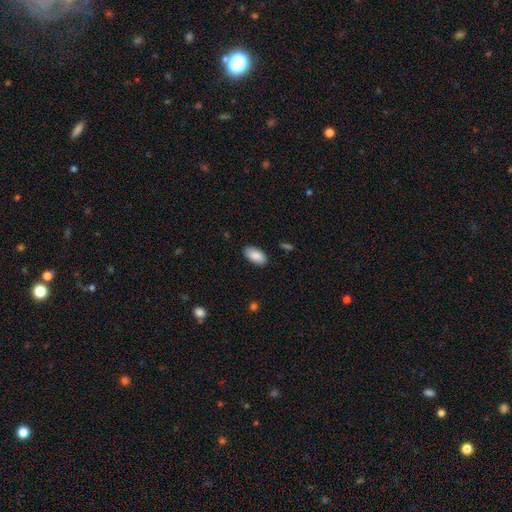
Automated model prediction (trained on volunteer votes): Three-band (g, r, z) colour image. It shows a smooth galaxy with no disk features (88%) that is in between round and cigar-shaped (95%). Merging: none (87%).